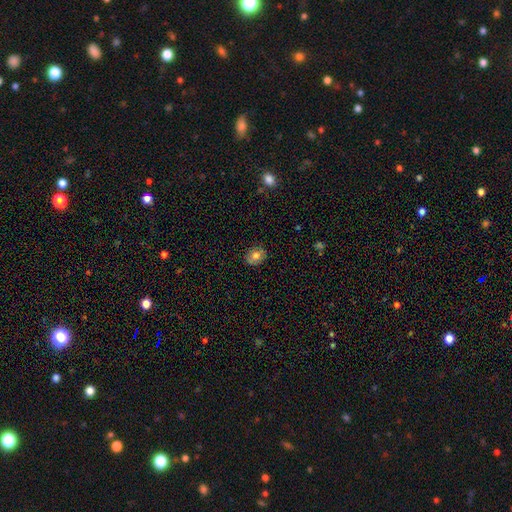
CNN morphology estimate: This appears to be a smooth galaxy with no disk features (77%) that is round (51%). Merging: none (85%).